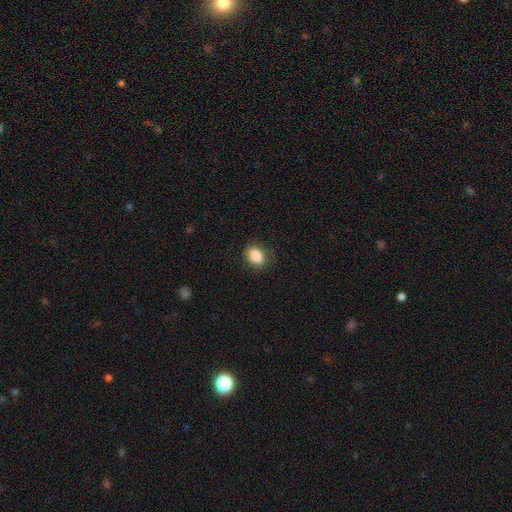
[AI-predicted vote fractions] This is clearly a smooth galaxy (88%). How rounded: likely in between (61%). Merging: clearly none (83%).